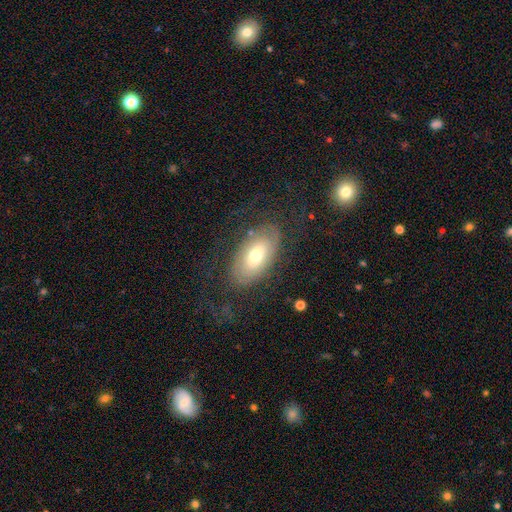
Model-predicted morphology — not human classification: A smooth galaxy with no disk features (47%). Merging: none (67%).